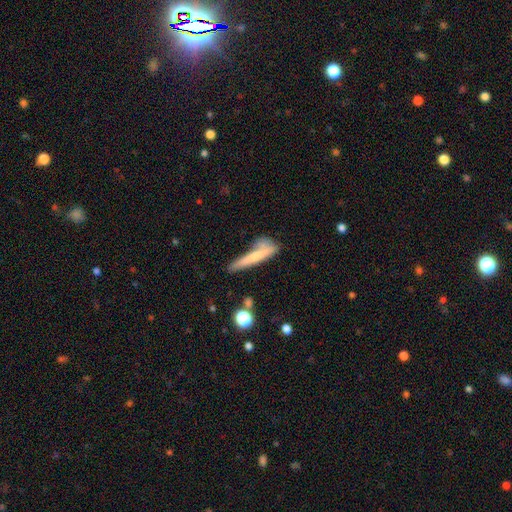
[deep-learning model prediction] Q: Smooth or featured?
A: smooth (62%); runner-up: featured or disk (30%)
Q: How rounded?
A: cigar-shaped (87%); runner-up: in between (11%)
Q: Merging?
A: none (44%); runner-up: minor disturbance (29%)